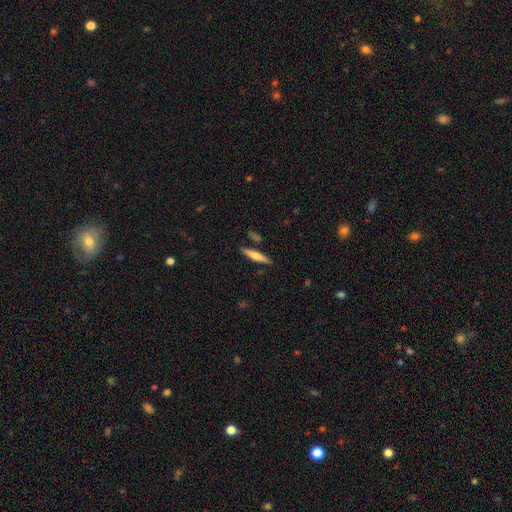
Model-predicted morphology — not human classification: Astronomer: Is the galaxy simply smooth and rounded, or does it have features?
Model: smooth — 57% (runner-up: featured or disk, 38%).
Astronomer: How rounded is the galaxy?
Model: cigar-shaped — 88%.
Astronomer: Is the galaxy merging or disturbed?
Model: none — 85%.